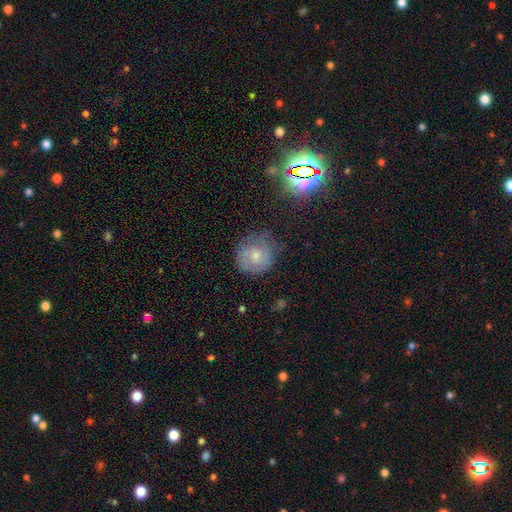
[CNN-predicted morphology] Smooth or featured? smooth (50%)
How rounded? round (87%)
Merging? none (69%)